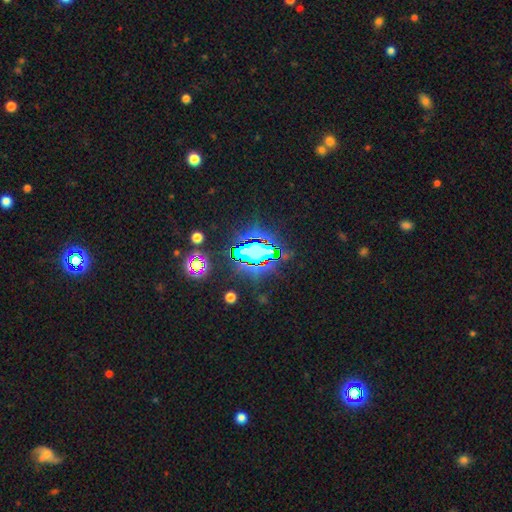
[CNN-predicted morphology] Smooth or featured?
  - star or artifact: 73% *
  - smooth: 16%
  - featured or disk: 11%